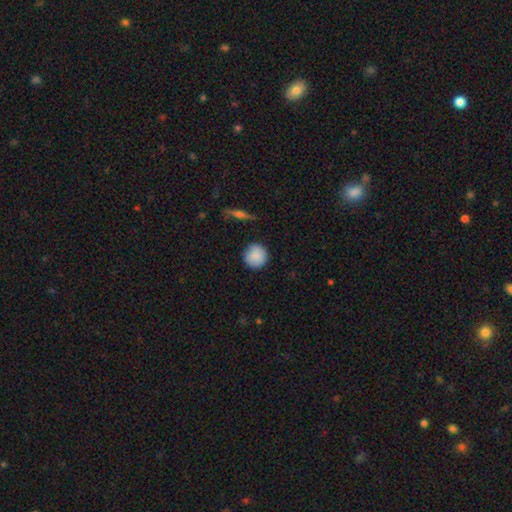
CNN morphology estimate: type=smooth (87%); roundness=round (95%); merging=none (89%).